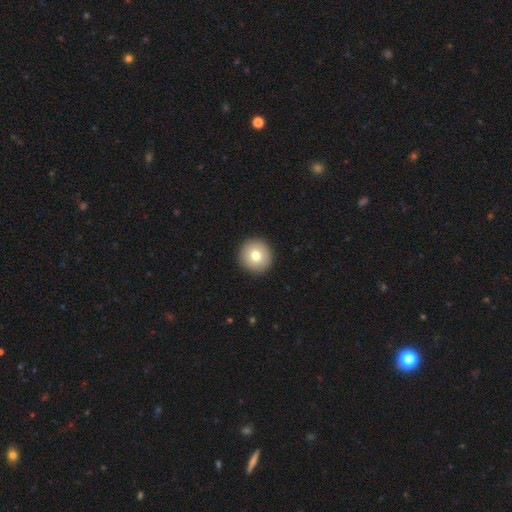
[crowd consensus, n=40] Overall: smooth (70%). How rounded: round (96%). Merging: none (89%).